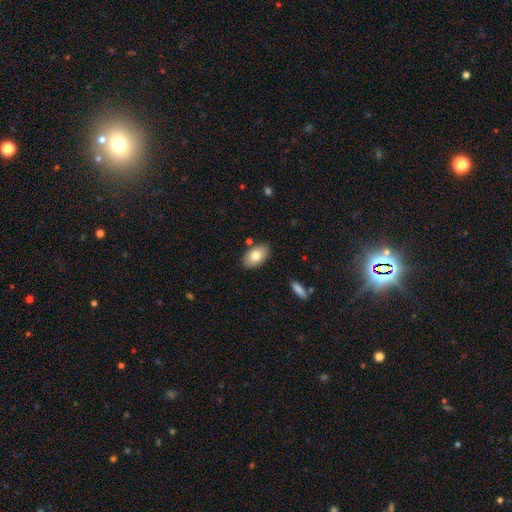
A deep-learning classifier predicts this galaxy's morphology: A smooth galaxy with no disk features (78%) that is in between round and cigar-shaped (93%).

Vote fractions:
- Smooth or featured? smooth: 78% / featured or disk: 15% / star or artifact: 7%
- How rounded? in between: 93% / round: 5% / cigar-shaped: 1%
- Merging? none: 85% / minor disturbance: 10% / merger: 3% / major disturbance: 2%